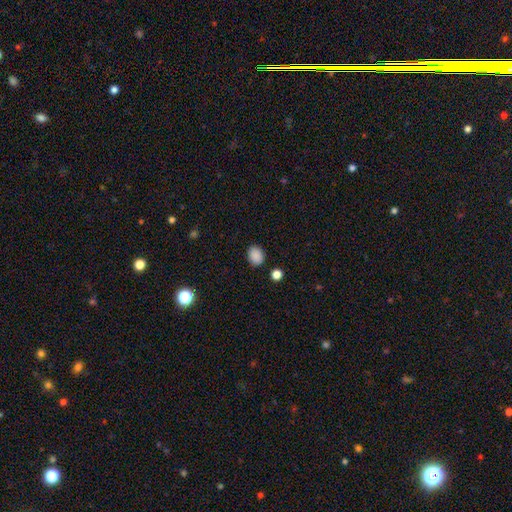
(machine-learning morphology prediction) Smooth or featured? smooth (88%)
How rounded? in between (59%)
Merging? none (87%)